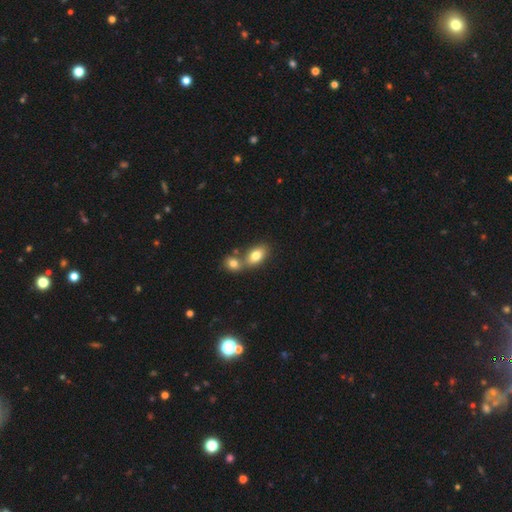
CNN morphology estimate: Overall: smooth (78%). How rounded: in between (84%). Merging: merger (50%; none 39%).